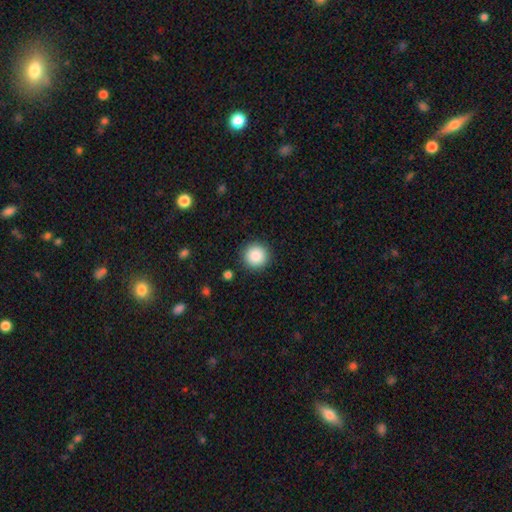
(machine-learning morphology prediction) A smooth galaxy with no disk features (87%) that is round (95%). Merging: none (91%).